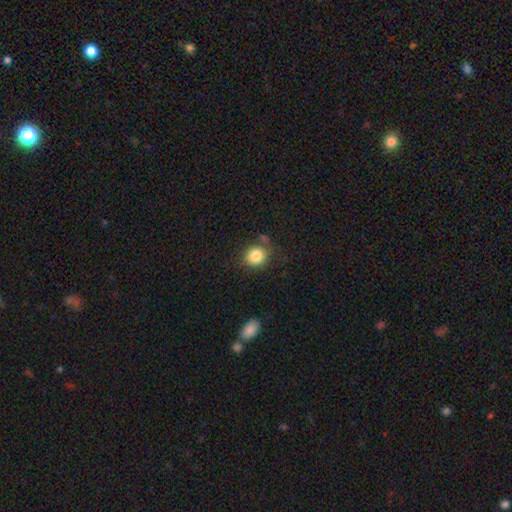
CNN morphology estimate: smooth 84%, star or artifact 10%, featured or disk 6%. Down the decision tree: how rounded — round (81%); merging — none (73%).